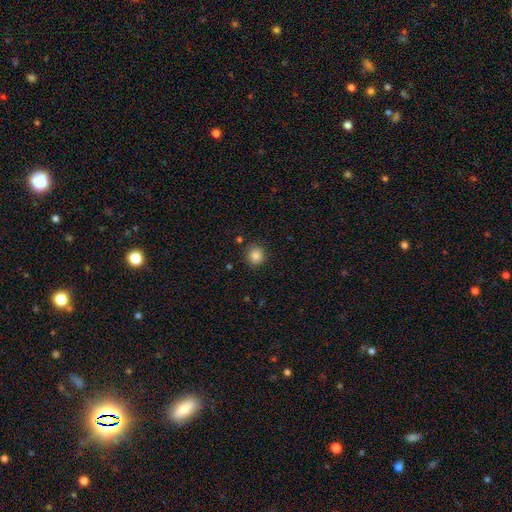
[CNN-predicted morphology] Overall: smooth (86%). How rounded: round (88%). Merging: none (87%).